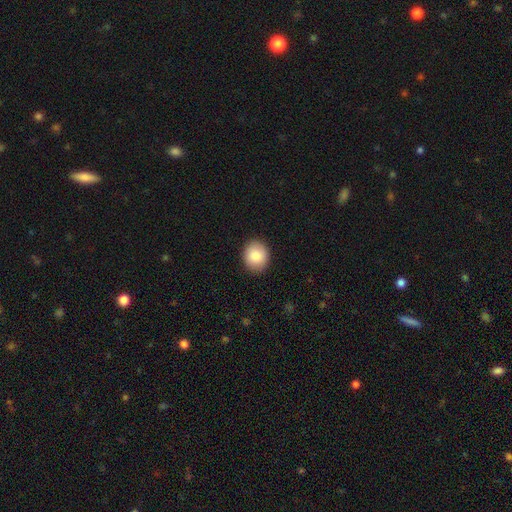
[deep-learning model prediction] This appears to be a smooth galaxy with no disk features (87%) that is round (69%). Merging: none (89%).